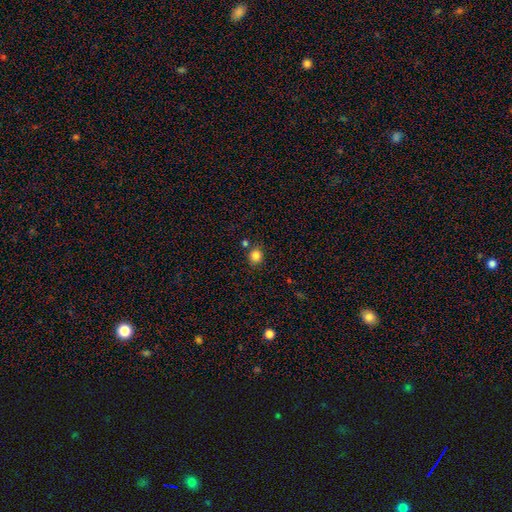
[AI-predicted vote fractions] This appears to be a smooth galaxy with no disk features (83%) that is round (82%). Merging: none (80%).